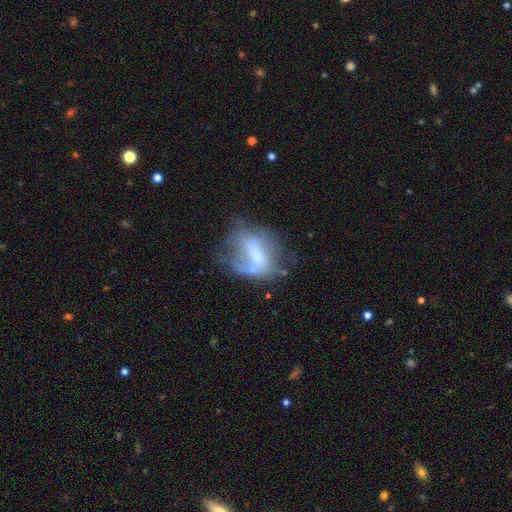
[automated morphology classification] A featured or disk galaxy (48%). Merging: none (31%).